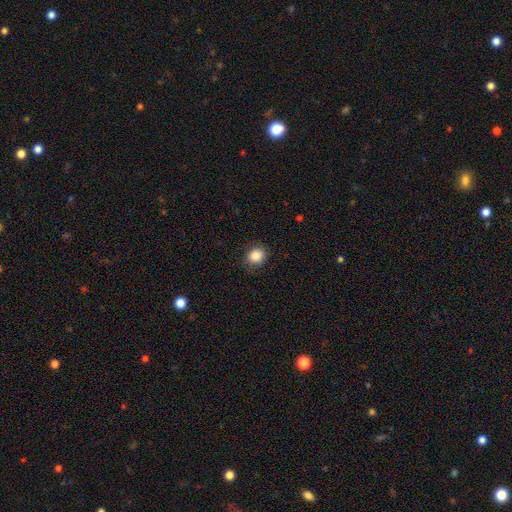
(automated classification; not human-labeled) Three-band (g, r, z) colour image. It shows a smooth galaxy with no disk features (85%) that is round (79%). Merging: none (84%).